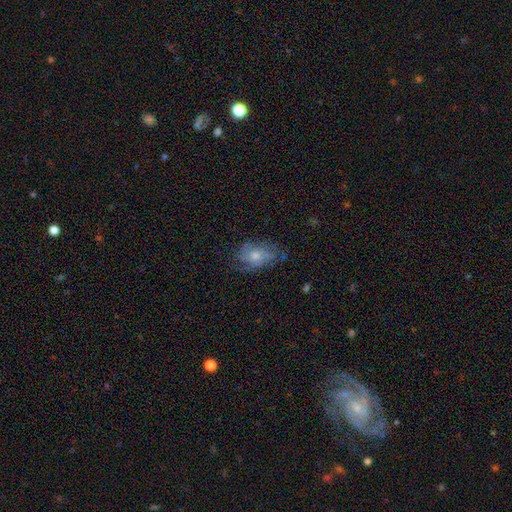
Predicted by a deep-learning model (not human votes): Morphology: type=smooth (49%); merging=none (57%).